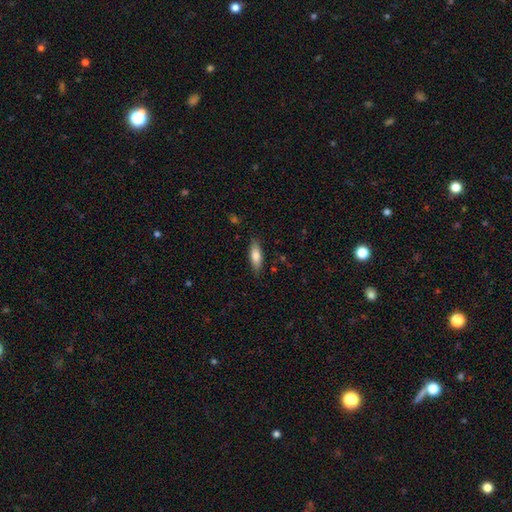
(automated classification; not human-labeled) Smooth or featured? Predicted: smooth (p=0.76). How rounded? Predicted: in between (p=0.60). Merging? Predicted: none (p=0.85).